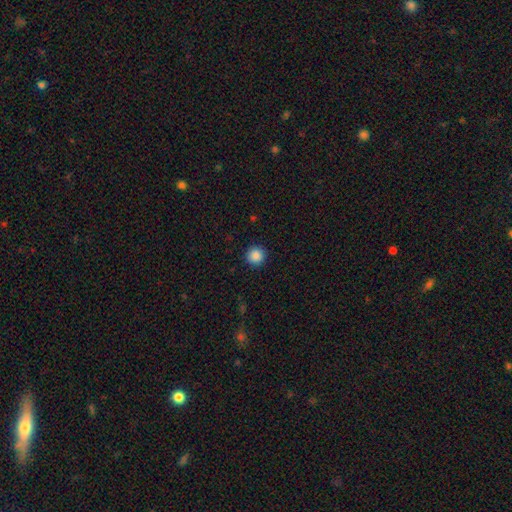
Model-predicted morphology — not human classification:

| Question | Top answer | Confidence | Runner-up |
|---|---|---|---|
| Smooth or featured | smooth | 88% | star or artifact (10%) |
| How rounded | round | 95% | in between (4%) |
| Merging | none | 92% | minor disturbance (5%) |